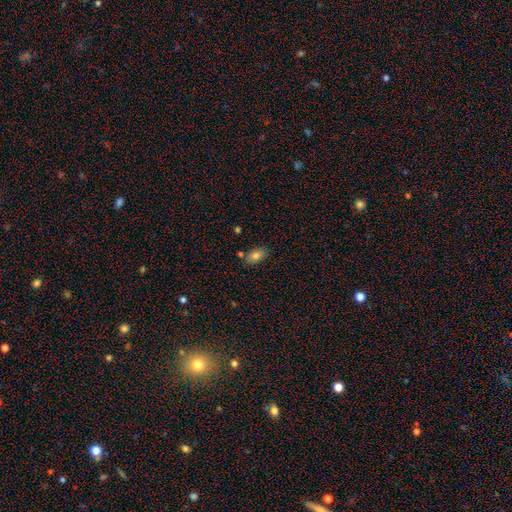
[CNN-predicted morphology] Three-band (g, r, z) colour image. It shows a smooth galaxy with no disk features (80%) that is in between round and cigar-shaped (89%). Merging: none (78%).